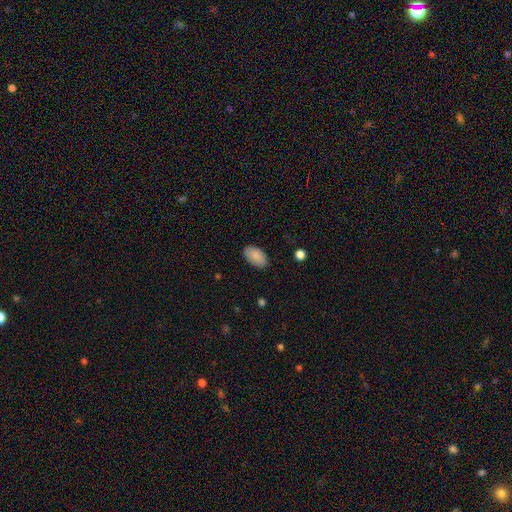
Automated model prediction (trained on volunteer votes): A smooth galaxy with no disk features (87%) that is in between round and cigar-shaped (94%).

Vote fractions:
- Smooth or featured? smooth: 87% / featured or disk: 7% / star or artifact: 7%
- How rounded? in between: 94% / round: 4% / cigar-shaped: 1%
- Merging? none: 86% / minor disturbance: 11% / major disturbance: 2% / merger: 1%